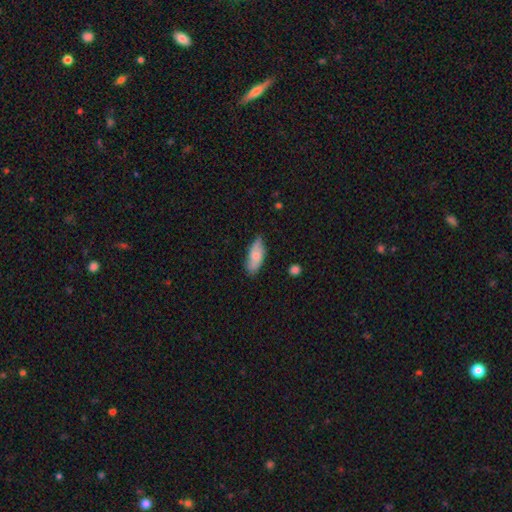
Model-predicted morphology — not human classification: This appears to be a smooth galaxy with no disk features (73%) that is in between round and cigar-shaped (78%). Merging: none (72%).